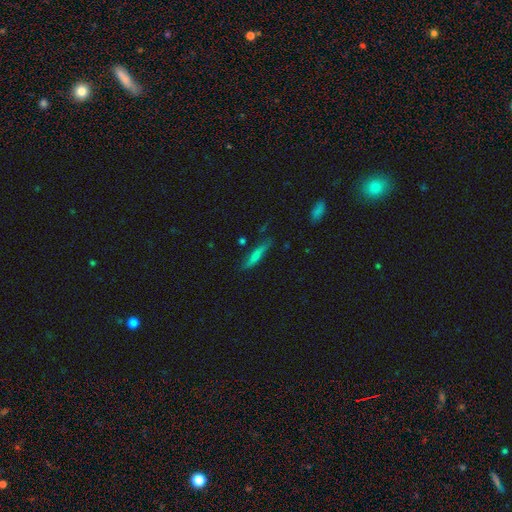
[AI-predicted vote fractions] Smooth or featured? Predicted: smooth (p=0.60). How rounded? Predicted: cigar-shaped (p=0.87). Merging? Predicted: none (p=0.72).